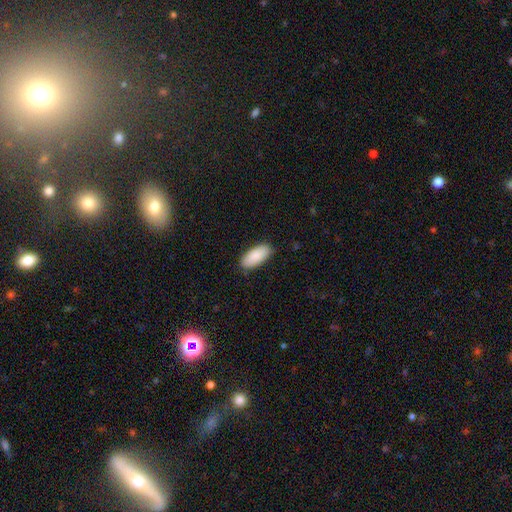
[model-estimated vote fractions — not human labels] This appears to be a smooth galaxy with no disk features (89%) that is in between round and cigar-shaped (89%). Merging: none (85%).